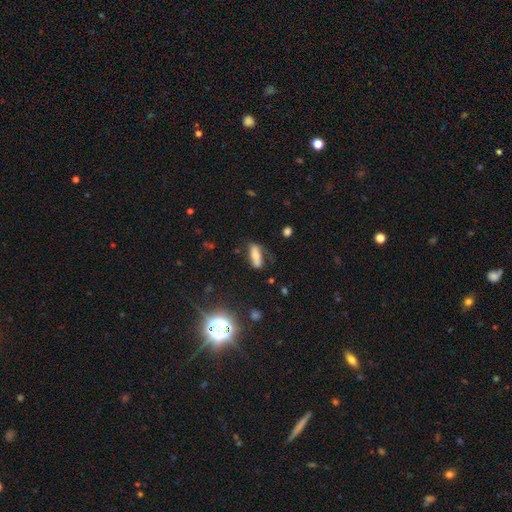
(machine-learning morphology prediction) smooth_or_featured: smooth (p=0.67) [alt: featured or disk p=0.22]
how_rounded: in between (p=0.59) [alt: cigar-shaped p=0.38]
merging: none (p=0.58) [alt: minor disturbance p=0.23]